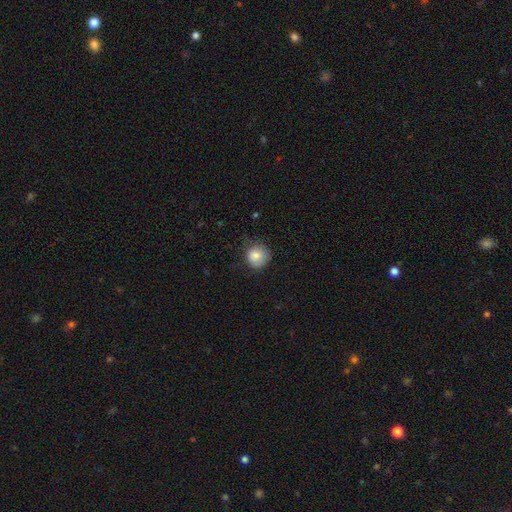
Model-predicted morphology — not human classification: type=smooth (82%); roundness=round (88%); merging=none (68%).